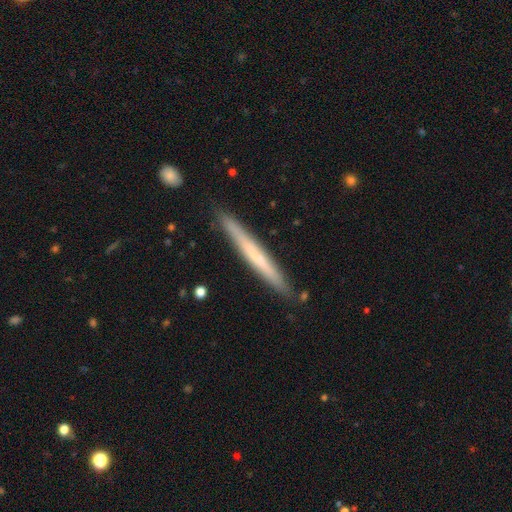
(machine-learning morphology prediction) This appears to be a smooth galaxy with no disk features (53%) that is cigar-shaped (97%). Merging: none (88%).